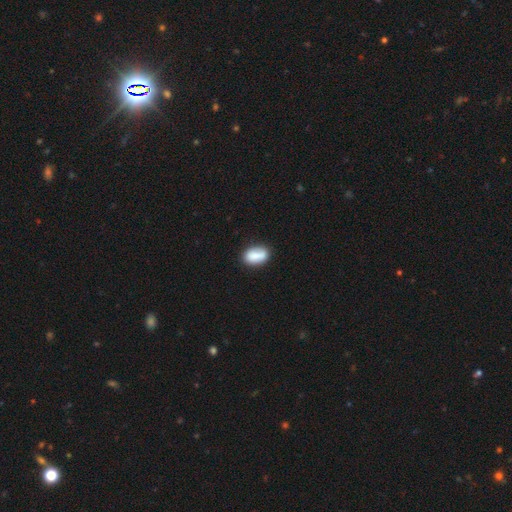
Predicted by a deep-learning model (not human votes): A smooth galaxy with no disk features (82%) that is in between round and cigar-shaped (87%). Merging: none (75%).